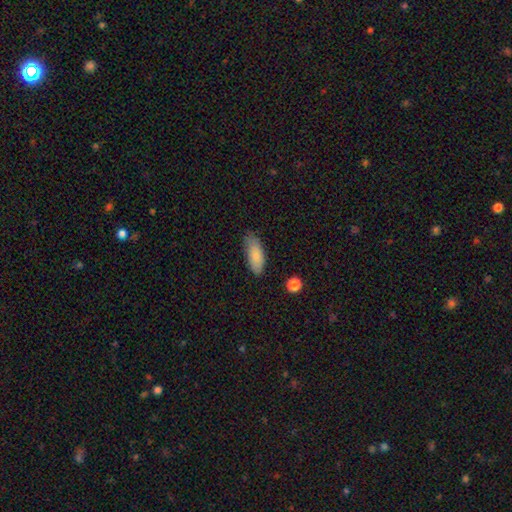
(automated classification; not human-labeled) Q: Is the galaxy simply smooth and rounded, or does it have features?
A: smooth — 81%.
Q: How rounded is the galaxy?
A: in between — 79%.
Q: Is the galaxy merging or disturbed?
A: none — 71%.